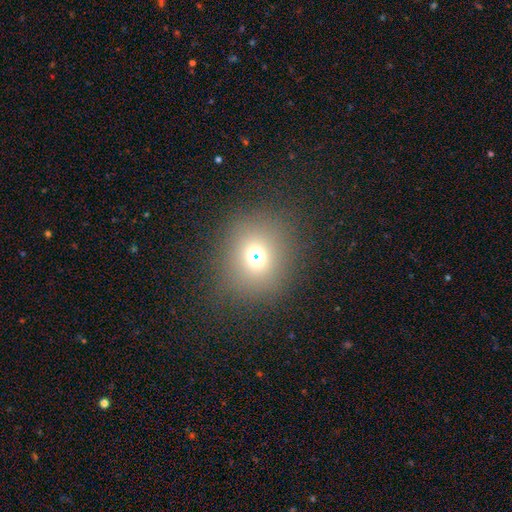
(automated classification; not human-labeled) Overall: smooth (62%; star or artifact 24%). How rounded: round (81%). Merging: none (77%).